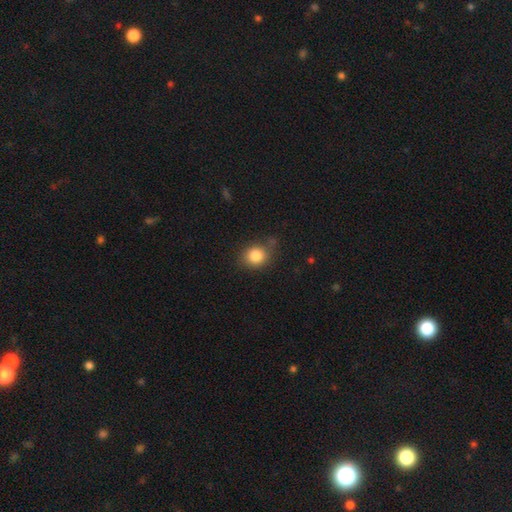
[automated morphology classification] Q: Smooth or featured?
A: smooth (84%); runner-up: star or artifact (10%)
Q: How rounded?
A: round (70%); runner-up: in between (29%)
Q: Merging?
A: none (71%); runner-up: minor disturbance (19%)